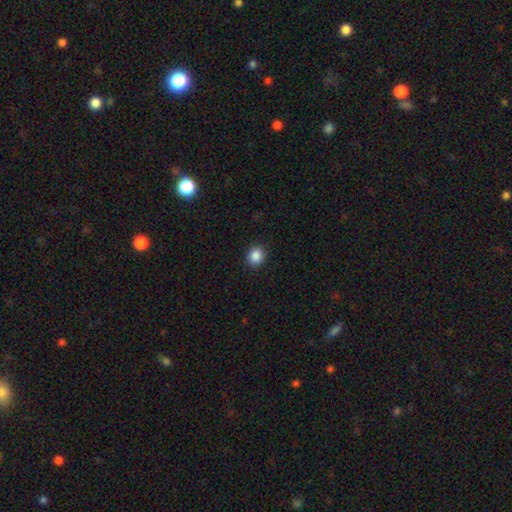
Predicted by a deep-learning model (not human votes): Smooth or featured? Predicted: smooth (p=0.87). How rounded? Predicted: round (p=0.75). Merging? Predicted: none (p=0.90).